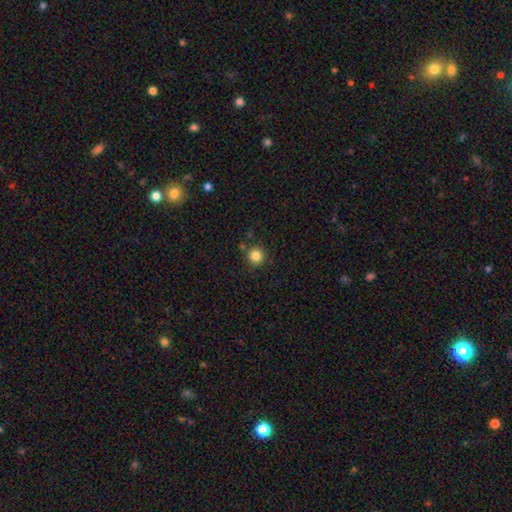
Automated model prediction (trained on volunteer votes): Overall: smooth (84%). How rounded: round (94%). Merging: none (85%).